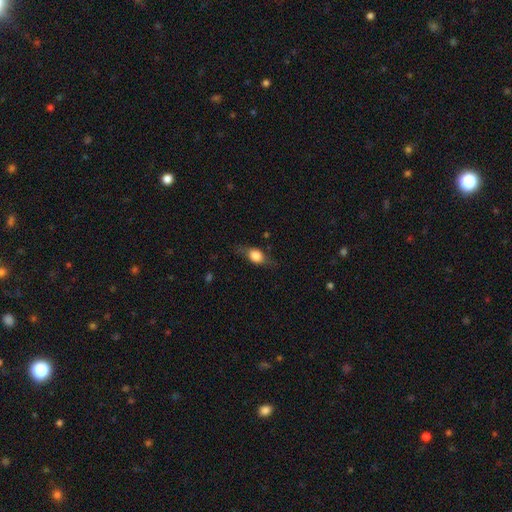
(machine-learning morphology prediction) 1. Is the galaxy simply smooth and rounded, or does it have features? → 64% smooth, 28% featured or disk, 8% star or artifact.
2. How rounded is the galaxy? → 63% in between, 26% round, 11% cigar-shaped.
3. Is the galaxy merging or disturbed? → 69% none, 21% minor disturbance, 8% major disturbance, 1% merger.